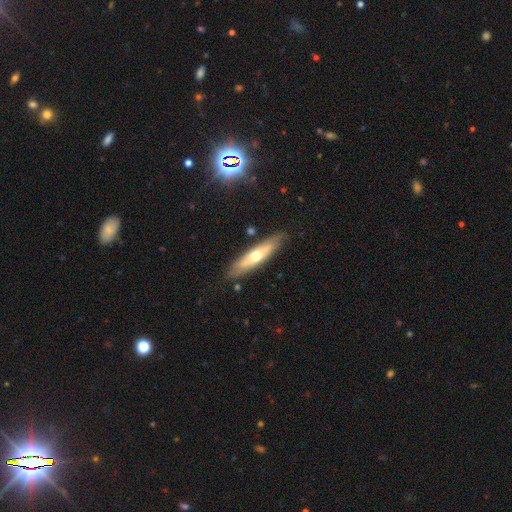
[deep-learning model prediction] Q: Smooth or featured?
A: featured or disk (50%); runner-up: smooth (43%)
Q: Edge-on disk?
A: yes (65%); runner-up: no (35%)
Q: Merging?
A: none (84%); runner-up: minor disturbance (12%)